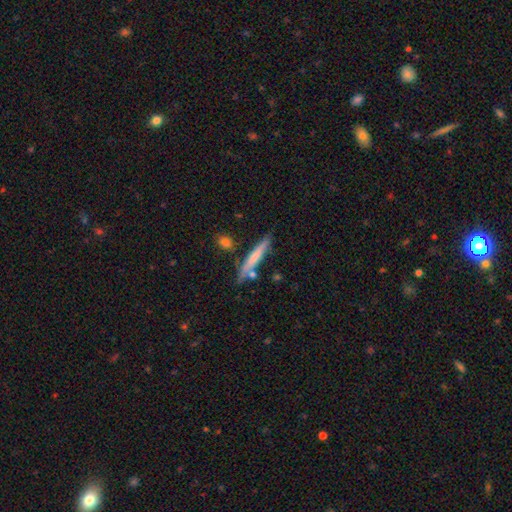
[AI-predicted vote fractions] Smooth or featured?
  - smooth: 58% *
  - featured or disk: 36%
  - star or artifact: 6%
How rounded?
  - cigar-shaped: 94% *
  - in between: 5%
  - round: 2%
Merging?
  - none: 78% *
  - minor disturbance: 13%
  - merger: 6%
  - major disturbance: 3%